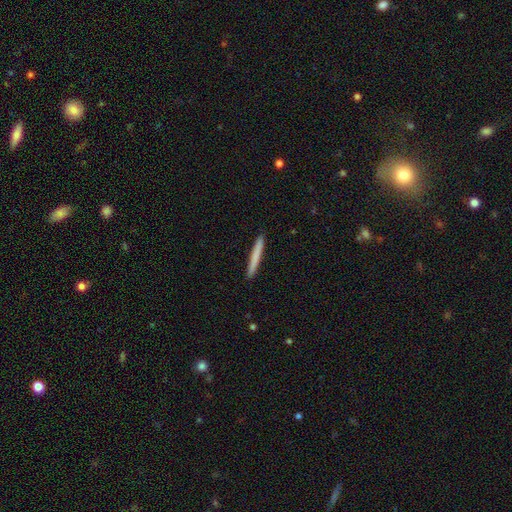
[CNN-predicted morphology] Q: Smooth or featured?
A: smooth (75%); runner-up: featured or disk (20%)
Q: How rounded?
A: cigar-shaped (97%); runner-up: in between (2%)
Q: Merging?
A: none (93%); runner-up: minor disturbance (5%)